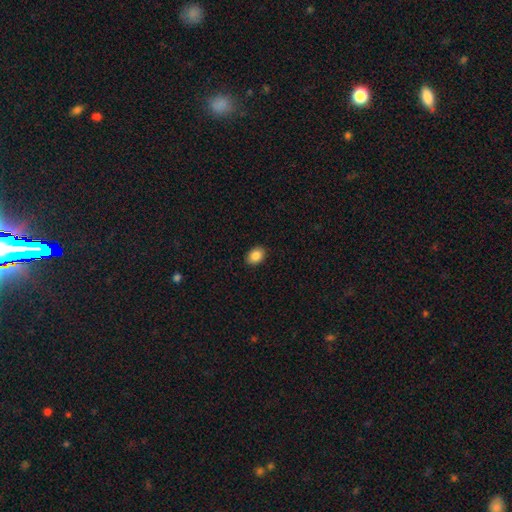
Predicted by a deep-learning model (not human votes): Overall: smooth (88%). How rounded: in between (74%). Merging: none (90%).